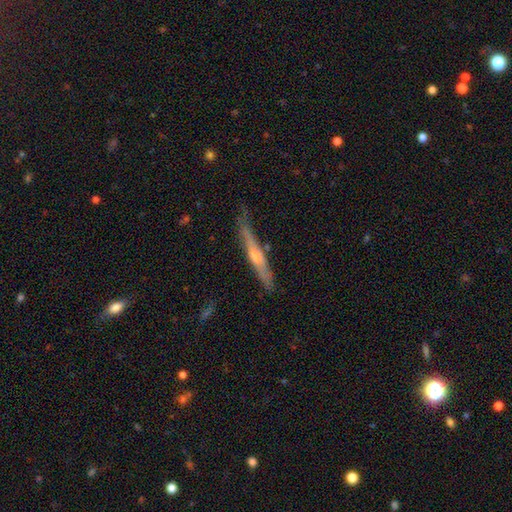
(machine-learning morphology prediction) This is likely a featured or disk galaxy (63%). It is clearly viewed edge-on (94%). Edge-on bulge: likely rounded (64%). Merging: likely none (72%).